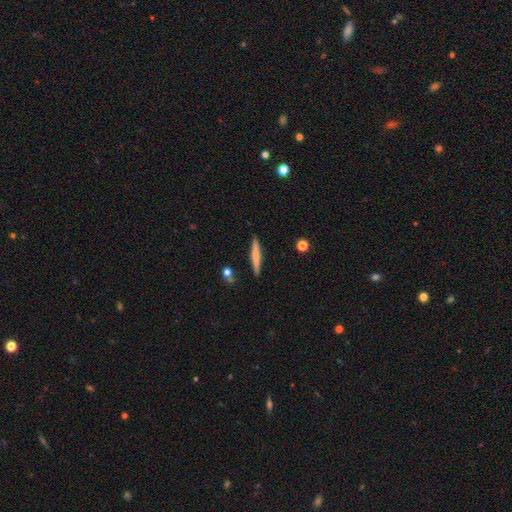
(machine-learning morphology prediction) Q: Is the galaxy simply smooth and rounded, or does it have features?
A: smooth — 60%.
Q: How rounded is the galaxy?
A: cigar-shaped — 95%.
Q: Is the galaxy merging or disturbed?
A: none — 90%.